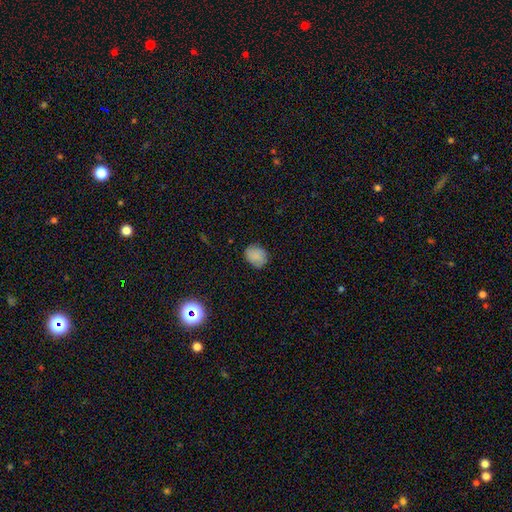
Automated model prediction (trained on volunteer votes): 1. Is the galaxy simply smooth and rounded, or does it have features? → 83% smooth, 10% star or artifact, 7% featured or disk.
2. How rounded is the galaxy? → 60% round, 39% in between, 1% cigar-shaped.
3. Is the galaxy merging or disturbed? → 80% none, 16% minor disturbance, 3% major disturbance, 1% merger.